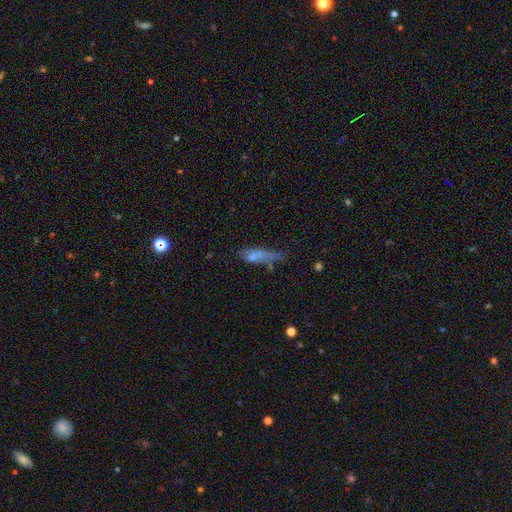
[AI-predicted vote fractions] The model was most divided on "how rounded": cigar-shaped: 49%, in between: 48%, round: 4%. Remaining: smooth or featured — smooth (64%); merging — none (32%).